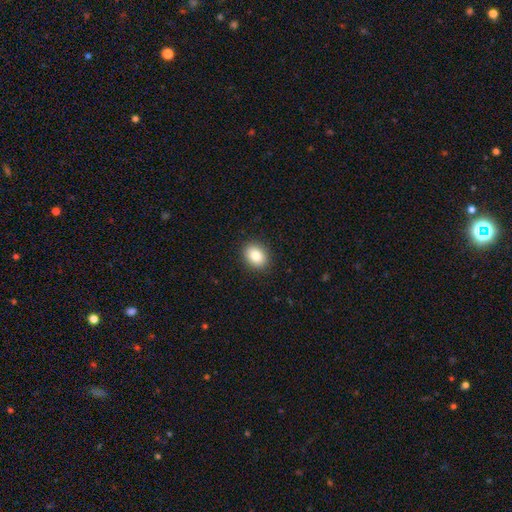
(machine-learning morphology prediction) smooth-or-featured: smooth: 84% | star or artifact: 9% | featured or disk: 7%
  how-rounded: in between: 56% | round: 43% | cigar-shaped: 1%
  merging: none: 90% | minor disturbance: 7% | major disturbance: 2% | merger: 1%